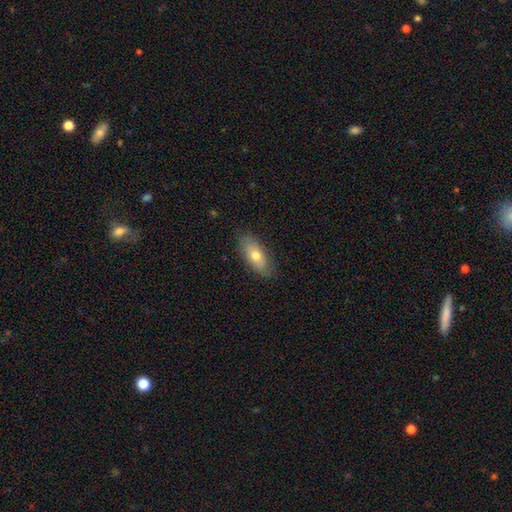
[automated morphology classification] type=smooth (68%); roundness=in between (85%); merging=none (84%).